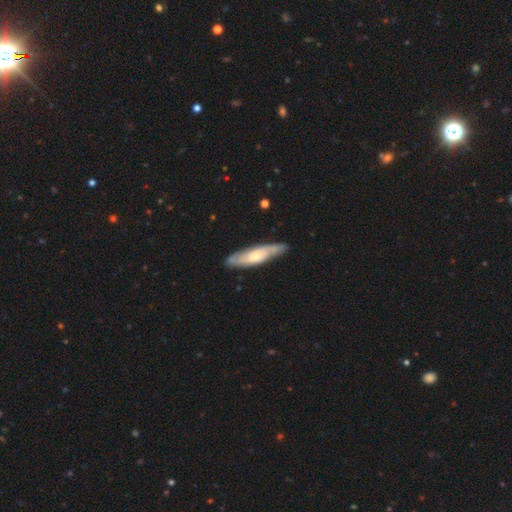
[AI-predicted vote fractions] The model was most divided on "edge-on disk": no: 57%, yes: 43%. More confident: merging — none (80%); smooth or featured — featured or disk (60%).